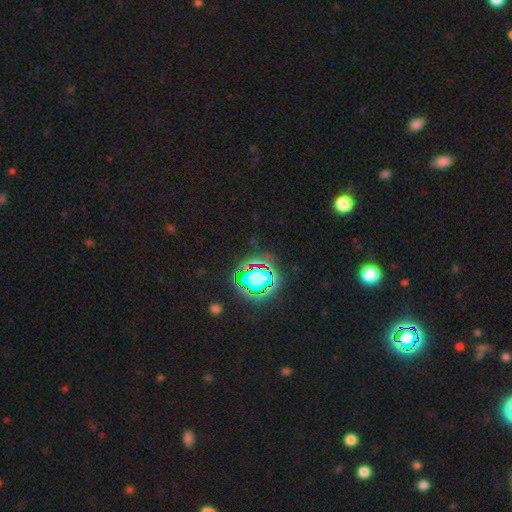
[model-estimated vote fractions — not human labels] This appears to be a star or artifact, not a galaxy (74%).